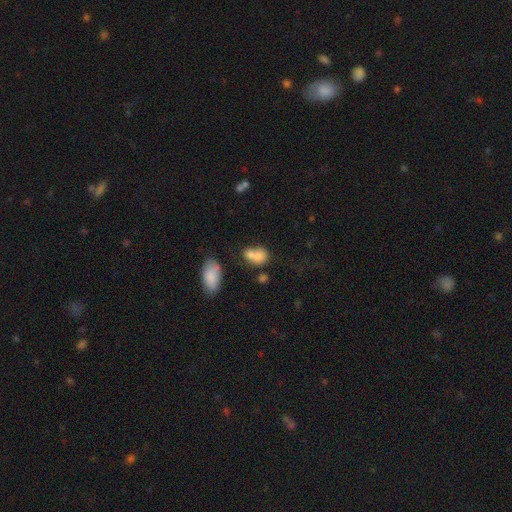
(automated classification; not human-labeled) Smooth or featured? Predicted: smooth (p=0.77). How rounded? Predicted: in between (p=0.66). Merging? Predicted: merger (p=0.55).